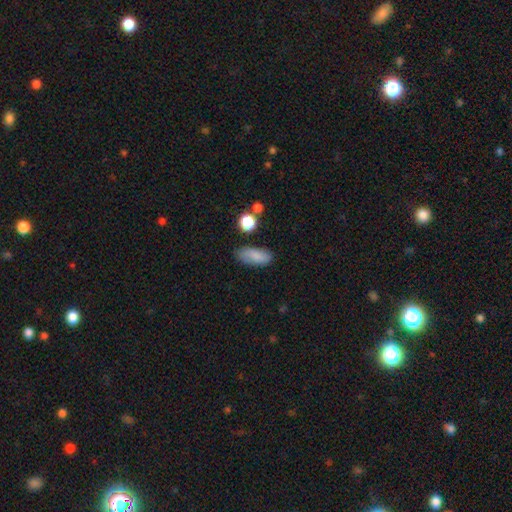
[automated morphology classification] A smooth galaxy with no disk features (83%) that is in between round and cigar-shaped (83%).

Vote fractions:
- Smooth or featured? smooth: 83% / featured or disk: 9% / star or artifact: 8%
- How rounded? in between: 83% / cigar-shaped: 13% / round: 4%
- Merging? none: 76% / minor disturbance: 16% / major disturbance: 4% / merger: 3%